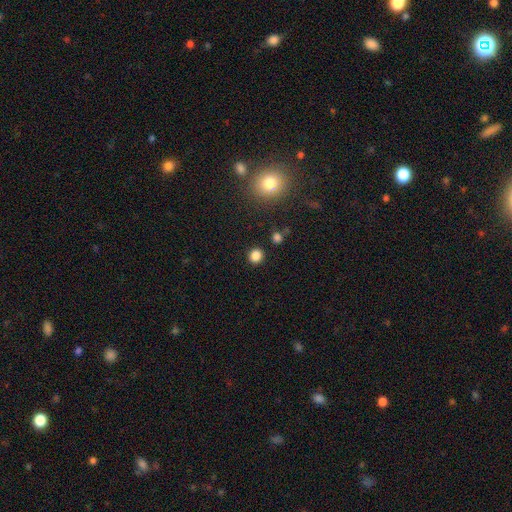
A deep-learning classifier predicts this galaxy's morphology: A smooth galaxy with no disk features (83%) that is round (87%).

Vote fractions:
- Smooth or featured? smooth: 83% / star or artifact: 13% / featured or disk: 4%
- How rounded? round: 87% / in between: 12% / cigar-shaped: 1%
- Merging? none: 89% / minor disturbance: 6% / merger: 3% / major disturbance: 2%